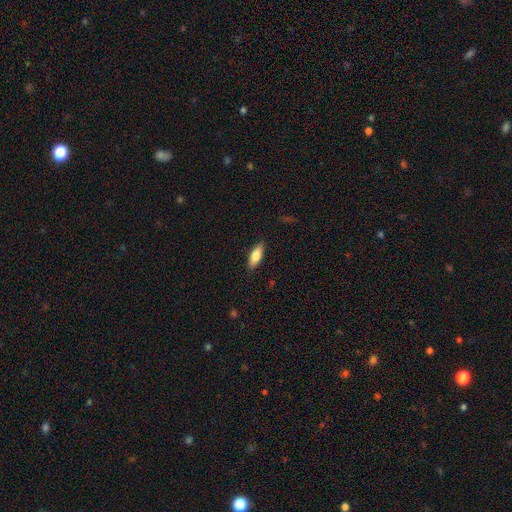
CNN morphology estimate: Smooth or featured: smooth — 76% (featured or disk — 18%)
How rounded: in between — 68% (cigar-shaped — 30%)
Merging: none — 87% (minor disturbance — 10%)